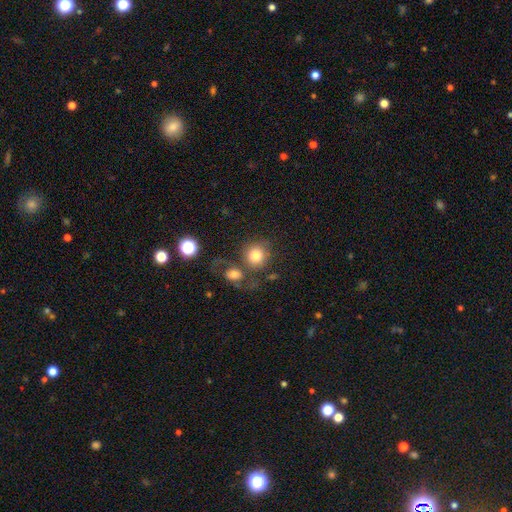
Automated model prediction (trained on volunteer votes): This appears to be a smooth galaxy with no disk features (79%) that is round (87%). Merging: none (54%).